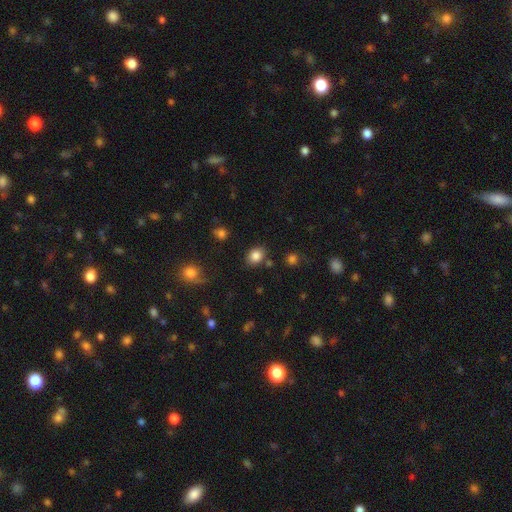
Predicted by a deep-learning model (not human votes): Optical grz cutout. It shows a smooth galaxy with no disk features (84%) that is in between round and cigar-shaped (54%). Merging: none (81%).